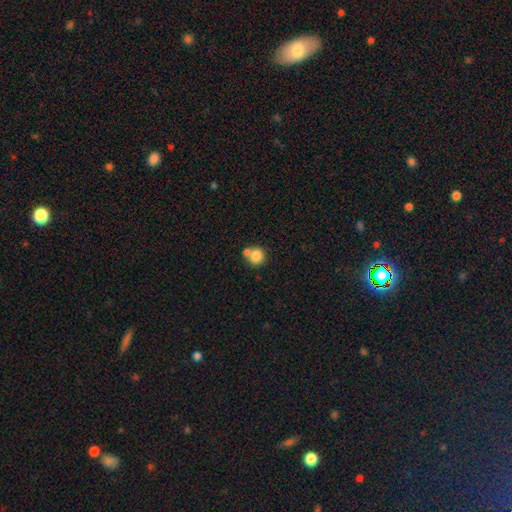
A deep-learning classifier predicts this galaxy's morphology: This is clearly a smooth galaxy (82%). How rounded: clearly round (85%). Merging: possibly none (50%).